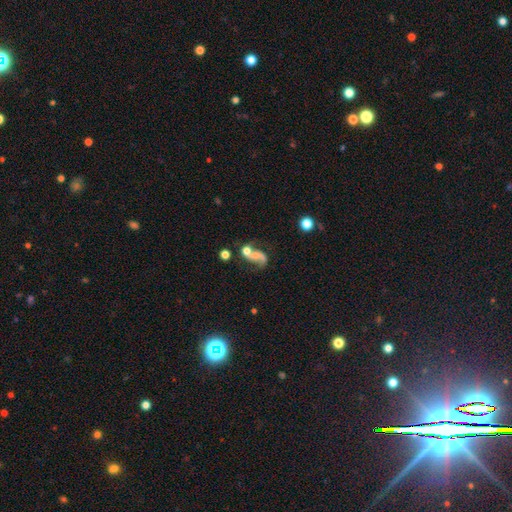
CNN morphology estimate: A featured or disk galaxy (59%) with no bar (65%), spiral arms (76%) and a small central bulge (34%). Merging: merger (49%).